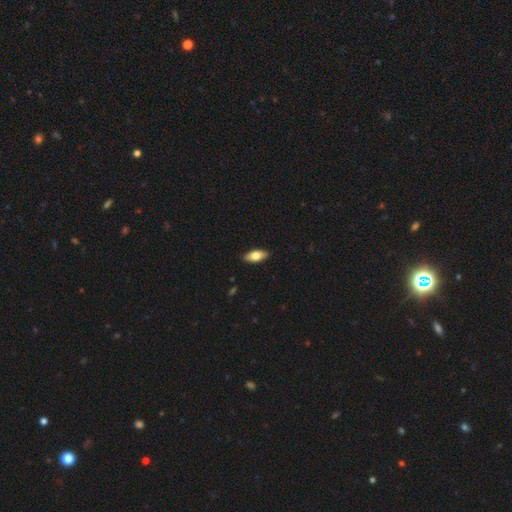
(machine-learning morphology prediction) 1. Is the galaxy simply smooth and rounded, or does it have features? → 75% smooth, 19% featured or disk, 6% star or artifact.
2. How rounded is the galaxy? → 86% in between, 12% cigar-shaped, 3% round.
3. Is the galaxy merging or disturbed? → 90% none, 8% minor disturbance, 2% major disturbance, 1% merger.